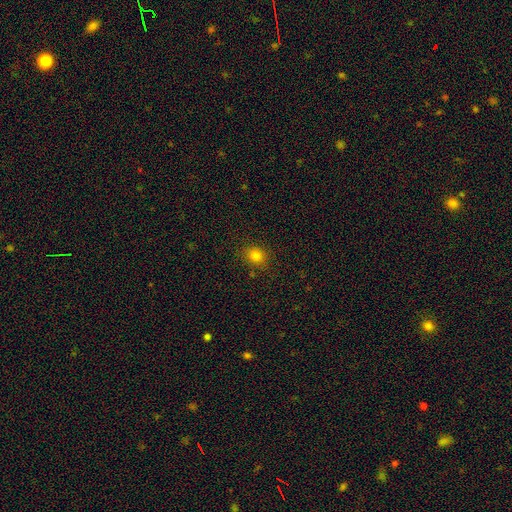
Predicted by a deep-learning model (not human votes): smooth 80%, star or artifact 14%, featured or disk 6%. Down the decision tree: how rounded — round (68%); merging — none (85%).